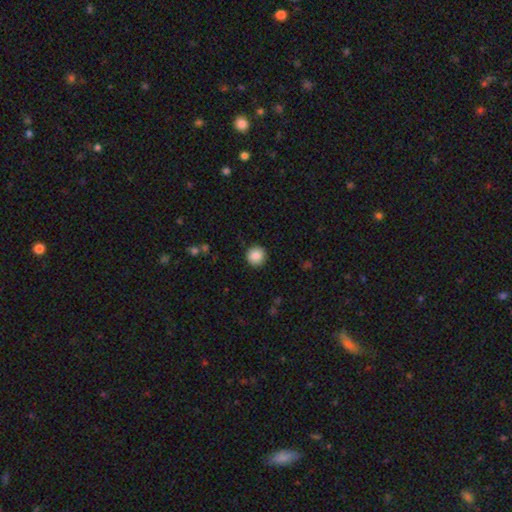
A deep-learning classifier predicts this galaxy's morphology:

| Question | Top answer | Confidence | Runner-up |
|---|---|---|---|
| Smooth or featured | smooth | 88% | star or artifact (8%) |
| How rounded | round | 95% | in between (4%) |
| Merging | none | 91% | minor disturbance (6%) |